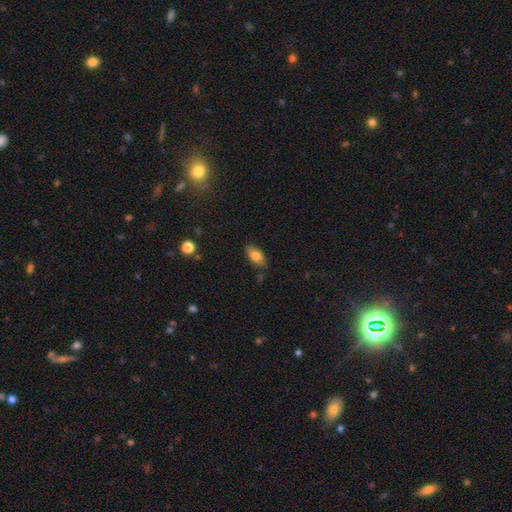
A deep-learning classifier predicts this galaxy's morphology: A smooth galaxy with no disk features (78%) that is in between round and cigar-shaped (88%).

Vote fractions:
- Smooth or featured? smooth: 78% / featured or disk: 14% / star or artifact: 8%
- How rounded? in between: 88% / cigar-shaped: 8% / round: 4%
- Merging? none: 78% / minor disturbance: 16% / major disturbance: 3% / merger: 2%